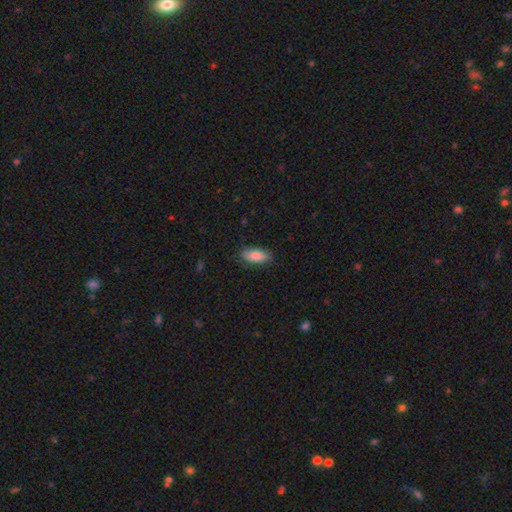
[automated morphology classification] A smooth galaxy with no disk features (84%) that is in between round and cigar-shaped (82%).

Vote fractions:
- Smooth or featured? smooth: 84% / featured or disk: 9% / star or artifact: 6%
- How rounded? in between: 82% / cigar-shaped: 16% / round: 2%
- Merging? none: 82% / minor disturbance: 14% / major disturbance: 3% / merger: 1%